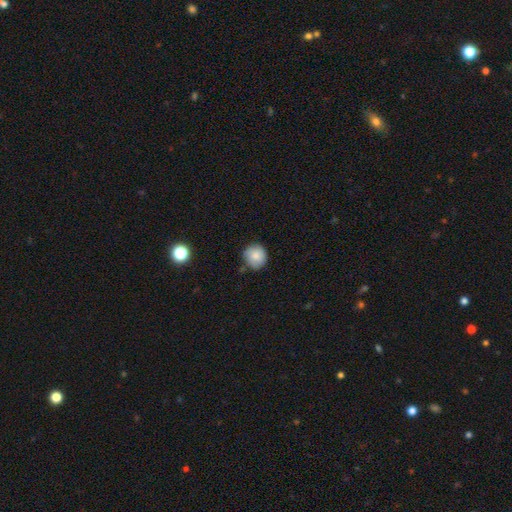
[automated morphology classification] Smooth or featured? smooth (79%)
How rounded? round (89%)
Merging? none (75%)